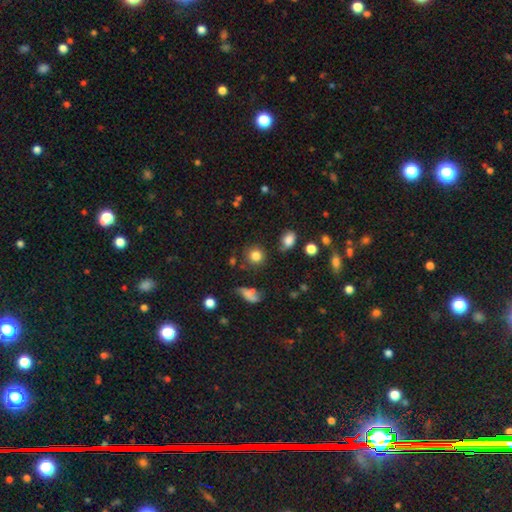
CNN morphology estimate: Smooth or featured? smooth (80%)
How rounded? round (88%)
Merging? none (77%)